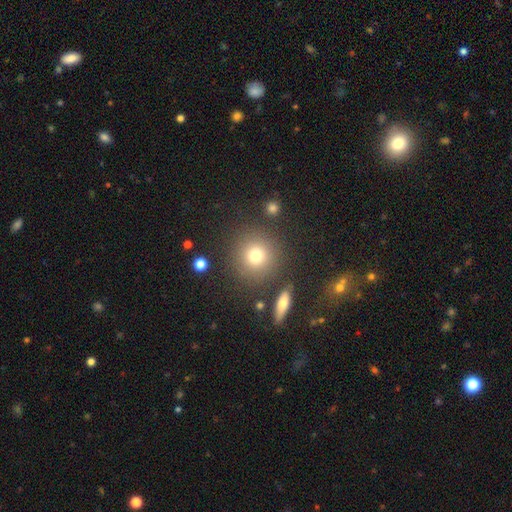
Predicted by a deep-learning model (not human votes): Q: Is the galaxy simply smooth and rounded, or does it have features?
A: smooth — 76%.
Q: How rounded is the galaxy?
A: round — 91%.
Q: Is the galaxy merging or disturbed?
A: none — 83%.